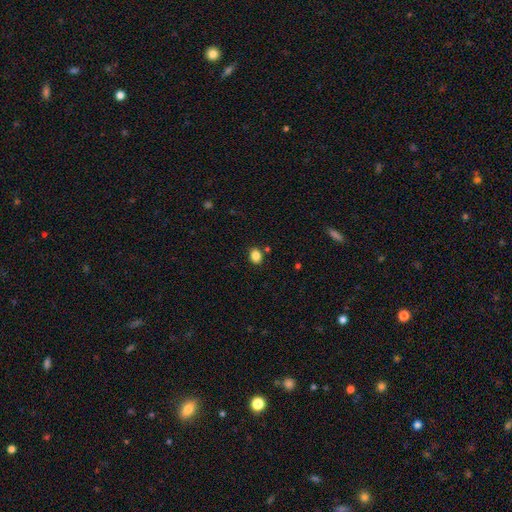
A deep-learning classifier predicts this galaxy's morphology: Smooth or featured? Predicted: smooth (p=0.85). How rounded? Predicted: in between (p=0.54). Merging? Predicted: none (p=0.84).